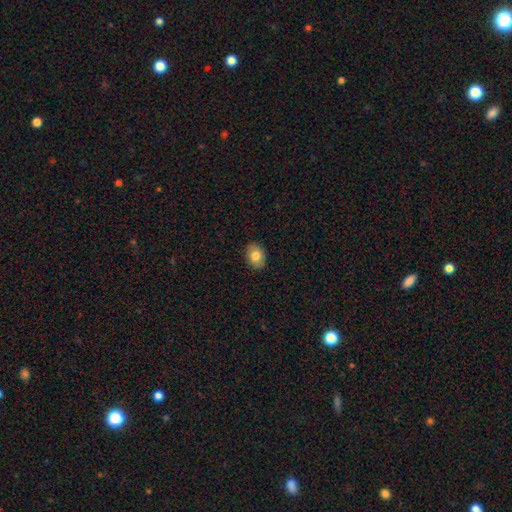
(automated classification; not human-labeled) Smooth or featured? Predicted: smooth (p=0.80). How rounded? Predicted: in between (p=0.74). Merging? Predicted: none (p=0.88).